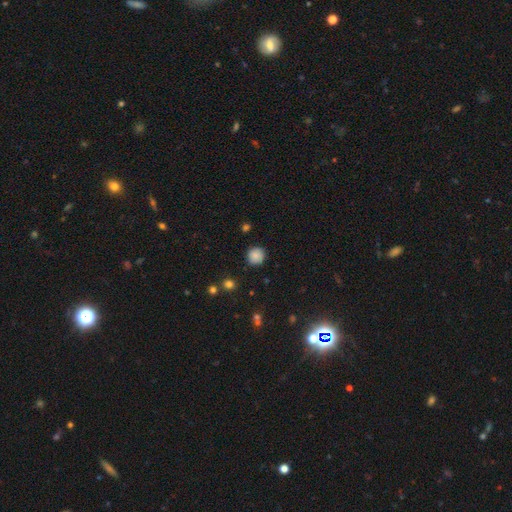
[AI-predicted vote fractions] Smooth or featured?
  - smooth: 86% *
  - star or artifact: 10%
  - featured or disk: 4%
How rounded?
  - round: 92% *
  - in between: 7%
  - cigar-shaped: 1%
Merging?
  - none: 87% *
  - minor disturbance: 9%
  - major disturbance: 2%
  - merger: 1%